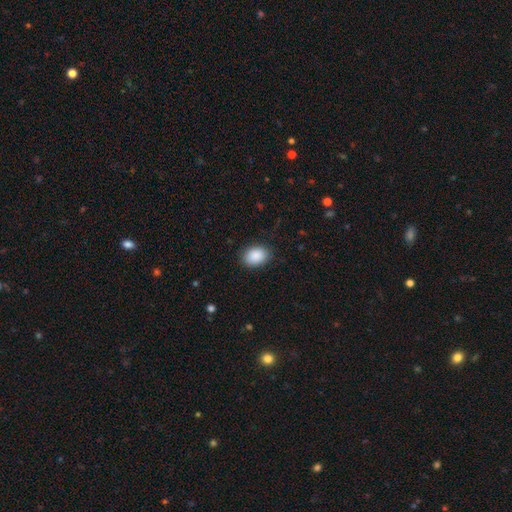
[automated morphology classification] smooth_or_featured: smooth (p=0.90) [alt: star or artifact p=0.07]
how_rounded: in between (p=0.77) [alt: round p=0.22]
merging: none (p=0.86) [alt: minor disturbance p=0.10]